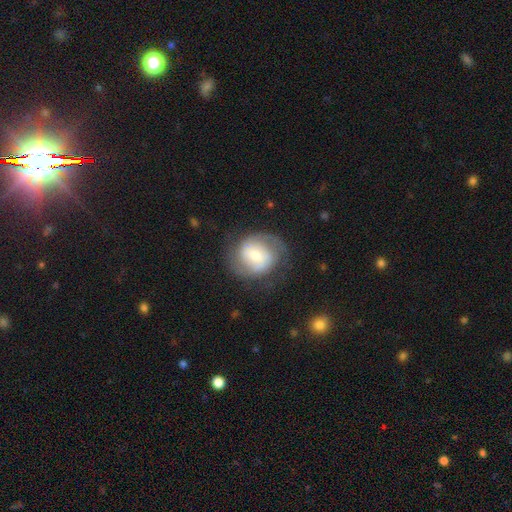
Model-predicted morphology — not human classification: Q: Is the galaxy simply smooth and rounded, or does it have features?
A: featured or disk — 63%.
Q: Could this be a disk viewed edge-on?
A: no — 97%.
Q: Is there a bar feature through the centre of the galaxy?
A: weak — 47%.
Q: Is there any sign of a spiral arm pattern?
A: yes — 86%.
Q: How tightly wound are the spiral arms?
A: medium — 44%.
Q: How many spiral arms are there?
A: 2 — 78%.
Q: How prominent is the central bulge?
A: moderate — 42%.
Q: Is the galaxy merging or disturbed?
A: none — 66%.